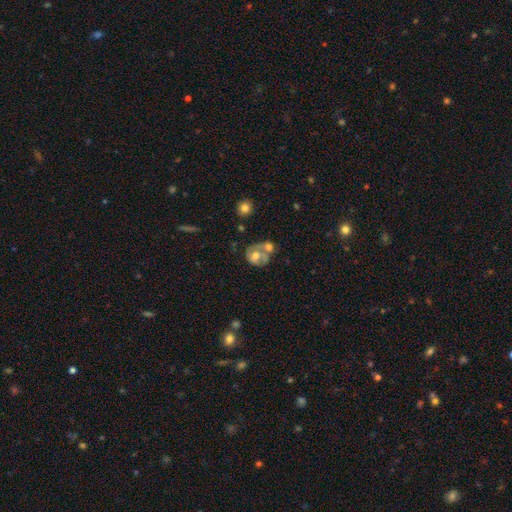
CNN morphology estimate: Smooth or featured?
  - featured or disk: 55% *
  - smooth: 37%
  - star or artifact: 7%
Edge-on disk?
  - no: 97% *
  - yes: 3%
Bar?
  - no: 78% *
  - weak: 18%
  - strong: 4%
Spiral arms?
  - yes: 52% *
  - no: 48%
Bulge size?
  - moderate: 70% *
  - small: 14%
  - large: 12%
  - none: 3%
  - dominant: 2%
Merging?
  - merger: 50% *
  - none: 25%
  - minor disturbance: 14%
  - major disturbance: 11%